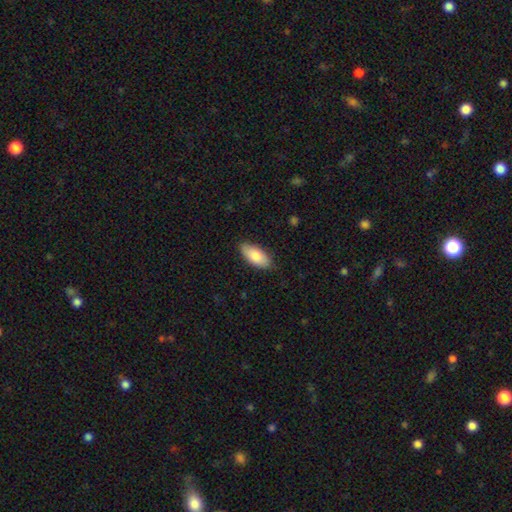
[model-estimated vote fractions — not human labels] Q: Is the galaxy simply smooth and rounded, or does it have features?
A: smooth — 83%.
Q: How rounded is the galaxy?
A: in between — 90%.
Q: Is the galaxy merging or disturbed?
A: none — 84%.